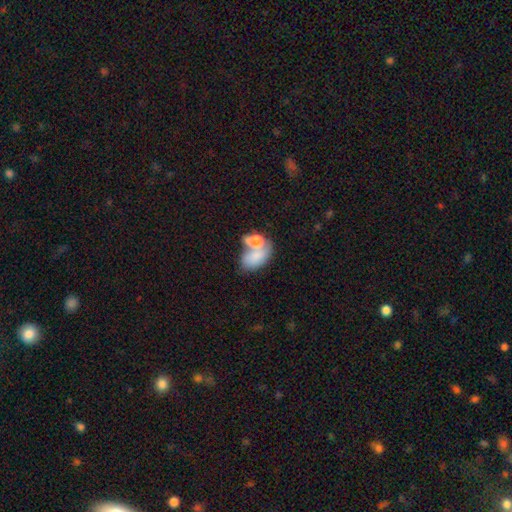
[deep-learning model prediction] Overall: smooth (72%). How rounded: in between (86%). Merging: merger (55%; none 23%).